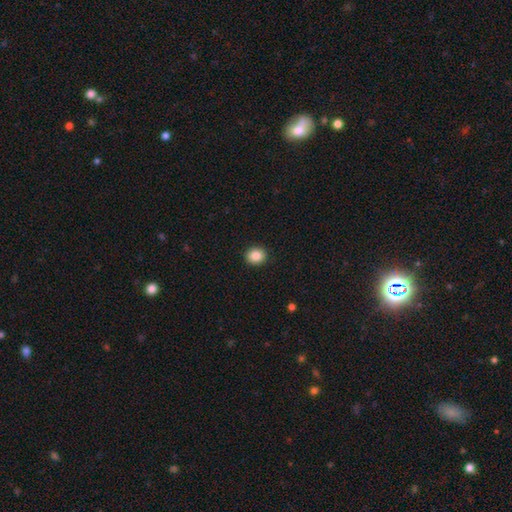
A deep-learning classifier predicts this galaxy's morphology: Smooth or featured: smooth — 87% (star or artifact — 9%)
How rounded: round — 76% (in between — 23%)
Merging: none — 91% (minor disturbance — 6%)